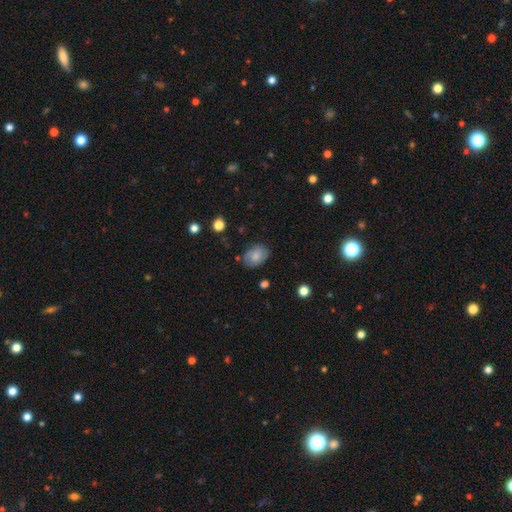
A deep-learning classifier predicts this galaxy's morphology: Overall: smooth (68%). How rounded: in between (74%). Merging: none (75%).